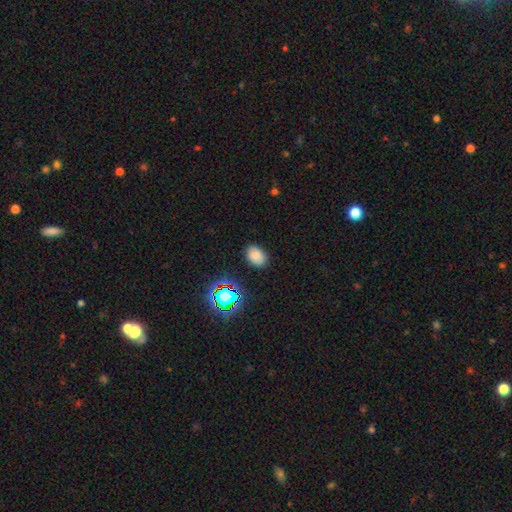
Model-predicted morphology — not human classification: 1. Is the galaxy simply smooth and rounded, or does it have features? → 78% smooth, 16% star or artifact, 7% featured or disk.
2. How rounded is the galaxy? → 84% in between, 15% round, 1% cigar-shaped.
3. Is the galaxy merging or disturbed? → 85% none, 11% minor disturbance, 3% major disturbance, 1% merger.